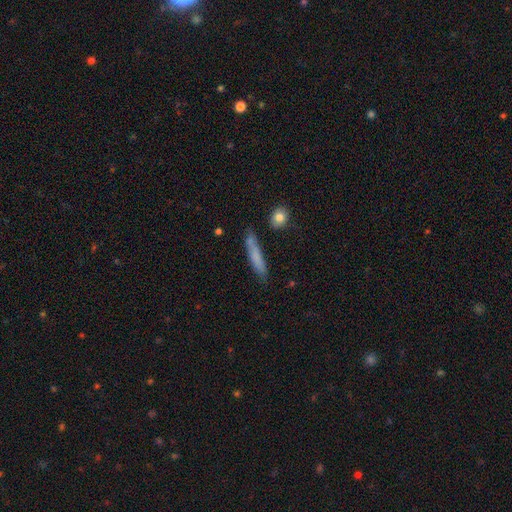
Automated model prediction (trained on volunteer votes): smooth 70%, featured or disk 22%, star or artifact 8%. Down the decision tree: how rounded — cigar-shaped (91%); merging — none (74%).